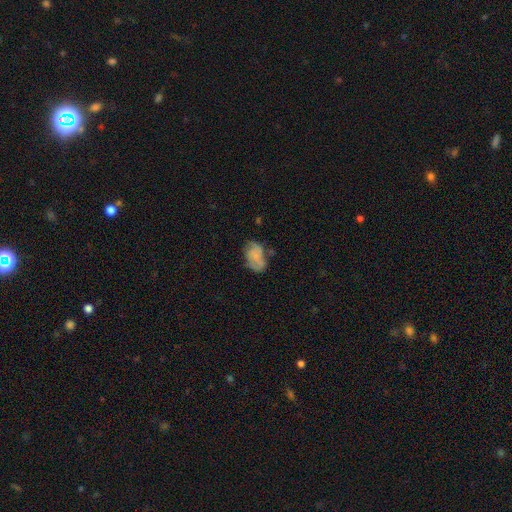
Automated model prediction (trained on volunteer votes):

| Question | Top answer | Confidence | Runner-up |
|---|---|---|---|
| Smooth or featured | smooth | 60% | featured or disk (30%) |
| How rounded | in between | 86% | round (13%) |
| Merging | none | 45% | minor disturbance (31%) |